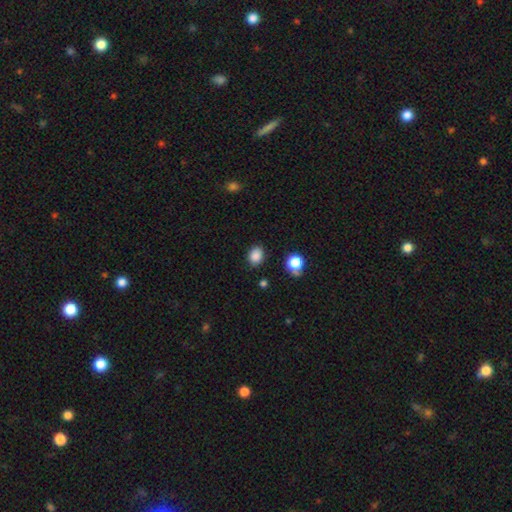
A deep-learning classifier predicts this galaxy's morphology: A smooth galaxy with no disk features (86%) that is in between round and cigar-shaped (51%).

Vote fractions:
- Smooth or featured? smooth: 86% / star or artifact: 11% / featured or disk: 4%
- How rounded? in between: 51% / round: 48% / cigar-shaped: 1%
- Merging? none: 83% / minor disturbance: 12% / major disturbance: 3% / merger: 2%